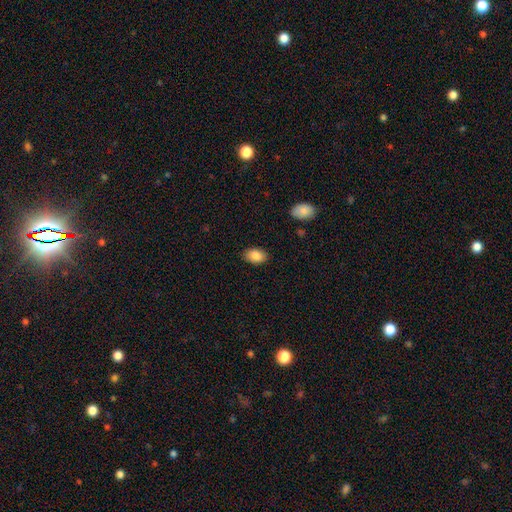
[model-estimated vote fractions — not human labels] Overall: smooth (87%). How rounded: in between (88%). Merging: none (86%).